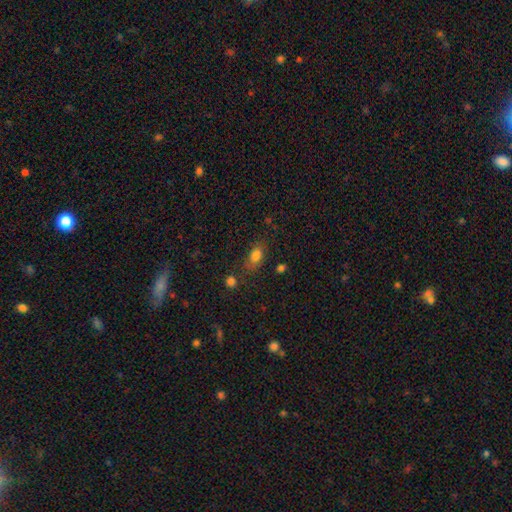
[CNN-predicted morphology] This appears to be a smooth galaxy with no disk features (80%) that is in between round and cigar-shaped (83%). Merging: none (65%).